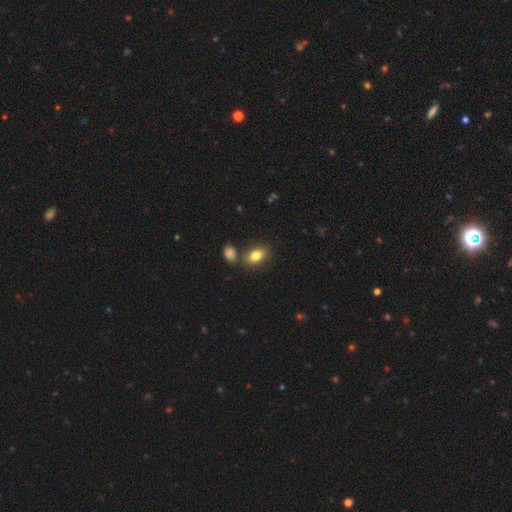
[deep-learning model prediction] The model was most divided on "merging": none: 72%, merger: 13%, minor disturbance: 12%, major disturbance: 3%. More confident: how rounded — in between (87%); smooth or featured — smooth (82%).